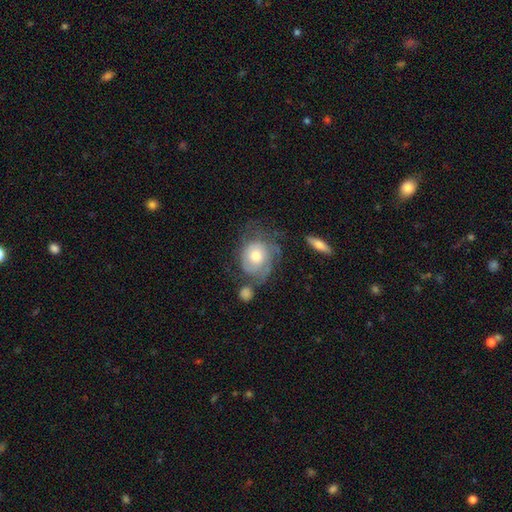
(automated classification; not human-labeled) Smooth or featured: featured or disk — 62% (smooth — 31%)
Edge-on disk: no — 96% (yes — 4%)
Bar: no — 81% (weak — 16%)
Spiral arms: yes — 80% (no — 20%)
Bulge size: moderate — 65% (large — 18%)
Merging: none — 44% (minor disturbance — 24%)